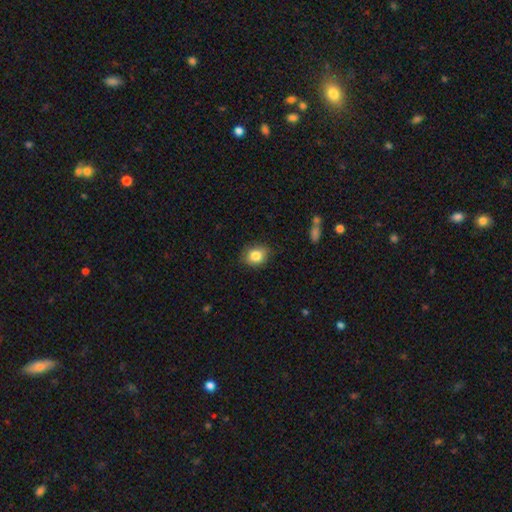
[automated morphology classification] A smooth galaxy with no disk features (83%) that is round (53%). Merging: none (84%).